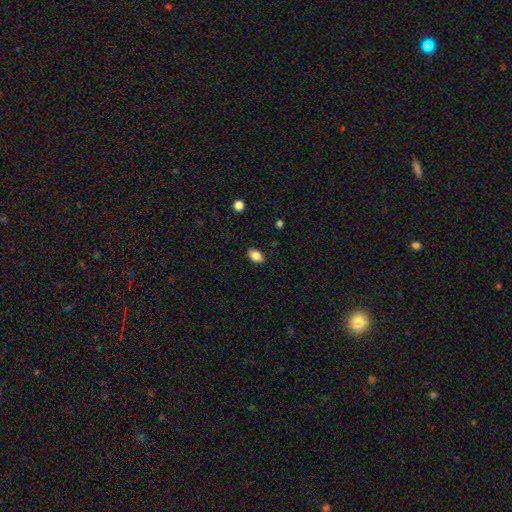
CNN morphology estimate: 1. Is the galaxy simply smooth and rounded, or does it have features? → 87% smooth, 9% star or artifact, 4% featured or disk.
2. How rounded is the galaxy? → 84% in between, 15% round, 1% cigar-shaped.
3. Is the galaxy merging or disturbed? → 87% none, 10% minor disturbance, 2% major disturbance, 1% merger.